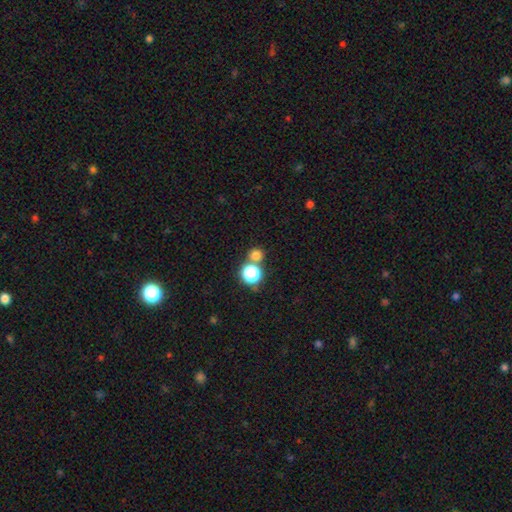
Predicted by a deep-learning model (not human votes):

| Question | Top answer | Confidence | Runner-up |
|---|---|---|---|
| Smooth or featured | smooth | 73% | star or artifact (22%) |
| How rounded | round | 90% | in between (9%) |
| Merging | none | 68% | merger (22%) |